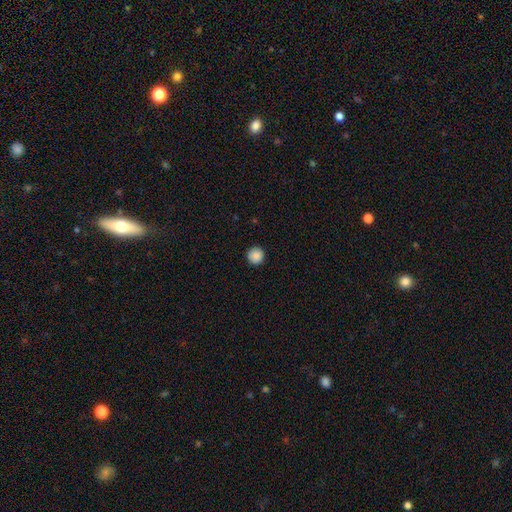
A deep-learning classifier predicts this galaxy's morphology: smooth 88%, star or artifact 9%, featured or disk 3%. Down the decision tree: how rounded — round (96%); merging — none (92%).